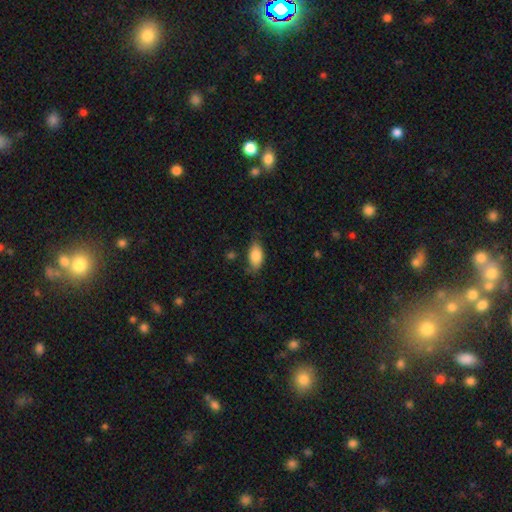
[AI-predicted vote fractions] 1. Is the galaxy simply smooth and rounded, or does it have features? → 83% smooth, 10% featured or disk, 7% star or artifact.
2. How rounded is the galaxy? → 91% in between, 6% cigar-shaped, 4% round.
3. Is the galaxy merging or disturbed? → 67% none, 25% minor disturbance, 6% major disturbance, 2% merger.